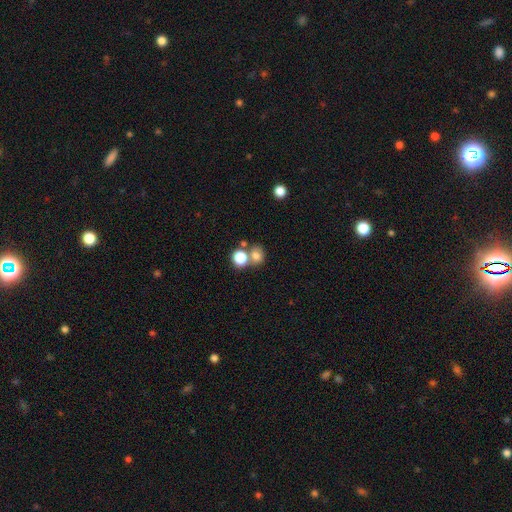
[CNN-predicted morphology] type=smooth (75%); roundness=round (69%); merging=none (51%).